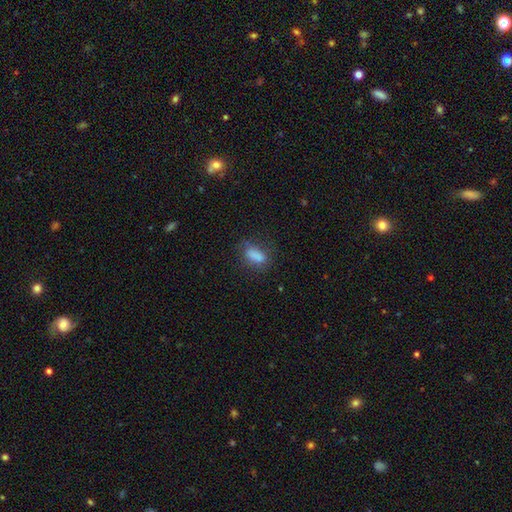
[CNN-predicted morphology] Smooth or featured? Predicted: smooth (p=0.82). How rounded? Predicted: in between (p=0.80). Merging? Predicted: none (p=0.68).